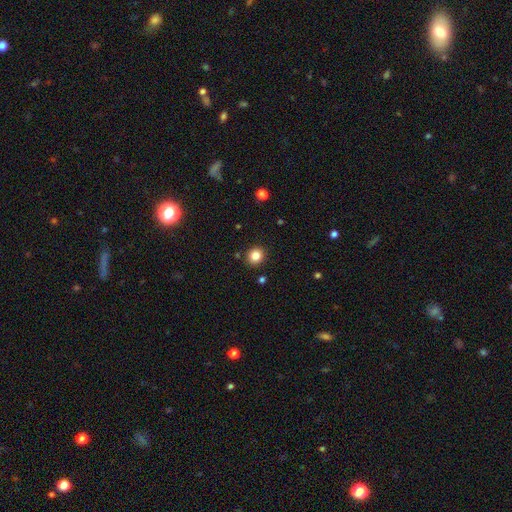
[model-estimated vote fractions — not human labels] Smooth or featured: smooth — 83% (star or artifact — 11%)
How rounded: round — 85% (in between — 14%)
Merging: none — 90% (minor disturbance — 6%)